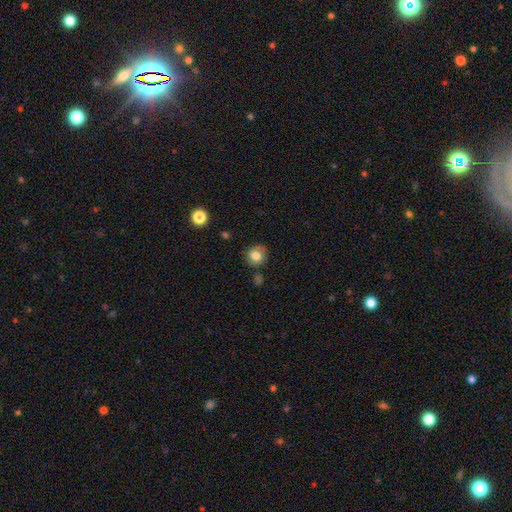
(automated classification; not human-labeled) A smooth galaxy with no disk features (79%) that is round (83%). Merging: none (78%).